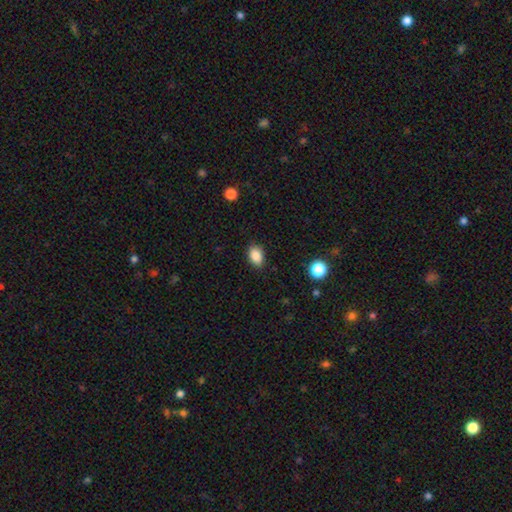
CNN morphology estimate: Smooth or featured? Predicted: smooth (p=0.87). How rounded? Predicted: in between (p=0.82). Merging? Predicted: none (p=0.87).